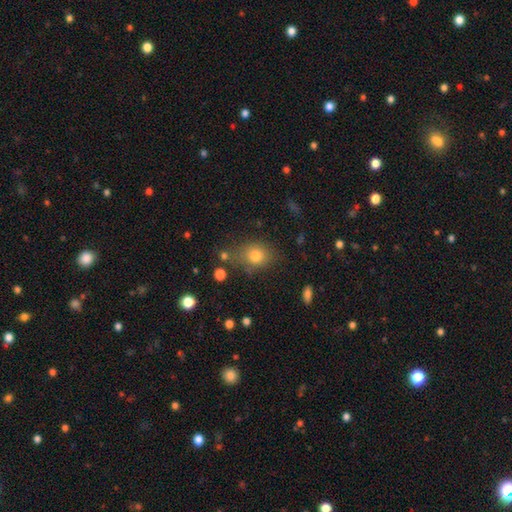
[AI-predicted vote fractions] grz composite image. It shows a smooth galaxy with no disk features (77%) that is round (54%). Merging: none (68%).